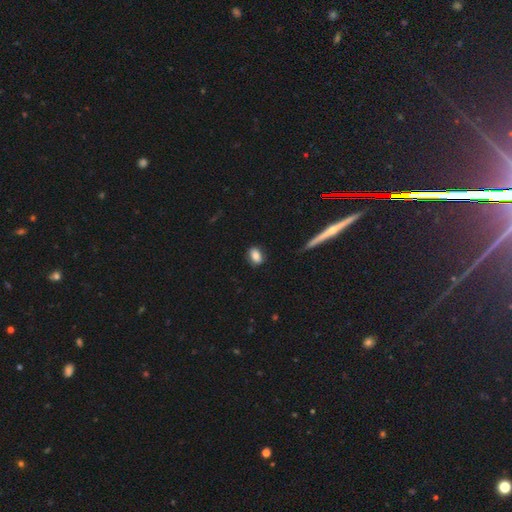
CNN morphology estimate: smooth_or_featured: smooth (p=0.80) [alt: featured or disk p=0.11]
how_rounded: in between (p=0.78) [alt: round p=0.19]
merging: none (p=0.83) [alt: minor disturbance p=0.13]